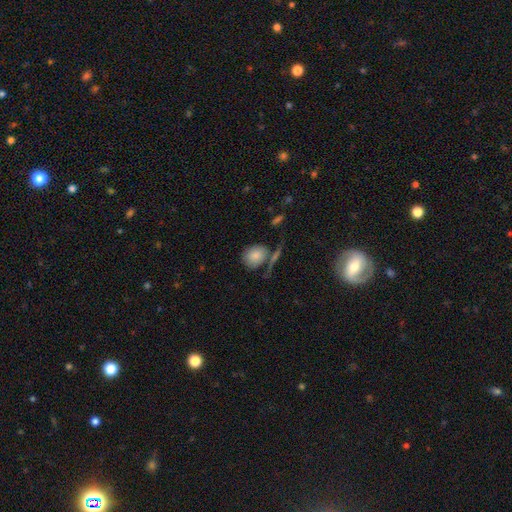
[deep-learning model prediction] Smooth or featured?
  - smooth: 82% *
  - featured or disk: 11%
  - star or artifact: 8%
How rounded?
  - round: 58% *
  - in between: 41%
  - cigar-shaped: 2%
Merging?
  - none: 56% *
  - merger: 18%
  - minor disturbance: 17%
  - major disturbance: 9%